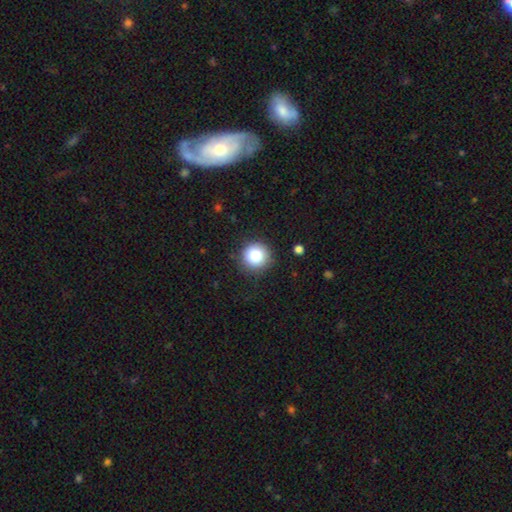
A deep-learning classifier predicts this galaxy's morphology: Overall: smooth (82%). How rounded: round (95%). Merging: none (88%).